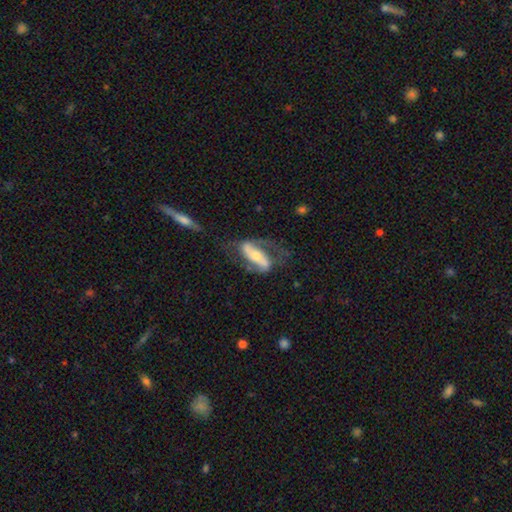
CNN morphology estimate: A featured or disk galaxy (73%) with a strong bar (54%), 2 (84%) loose (42%) spiral arms (80%) and a moderate central bulge (49%). Merging: none (53%).